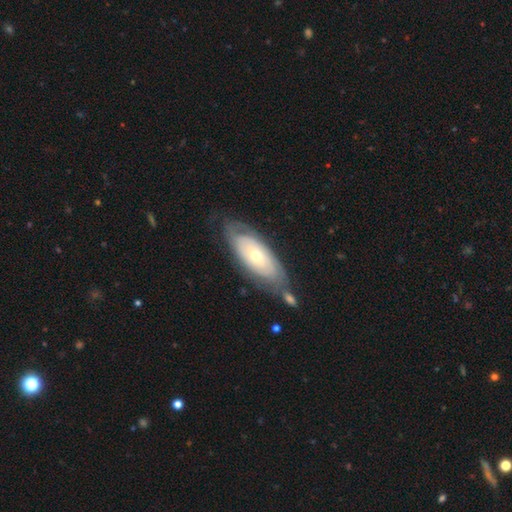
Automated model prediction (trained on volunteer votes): smooth-or-featured: featured or disk: 63% | smooth: 32% | star or artifact: 6%
  disk-edge-on: no: 86% | yes: 14%
    bar: no: 86% | weak: 11% | strong: 4%
    has-spiral-arms: yes: 58% | no: 42%
    bulge-size: moderate: 52% | small: 43% | large: 3% | dominant: 1% | none: 1%
  merging: none: 64% | minor disturbance: 21% | major disturbance: 8% | merger: 7%